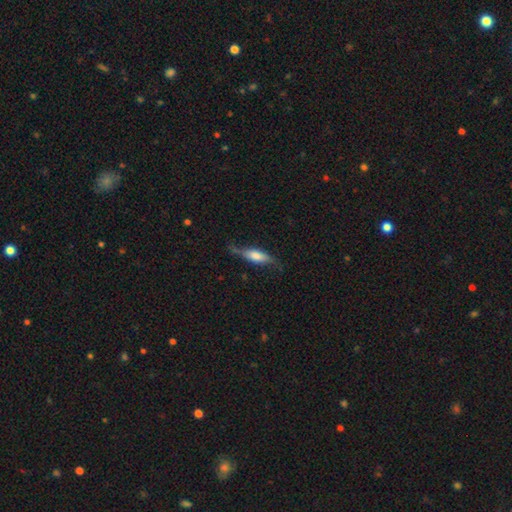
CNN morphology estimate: Overall: smooth (48%; featured or disk 45%). Merging: none (58%; minor disturbance 28%).